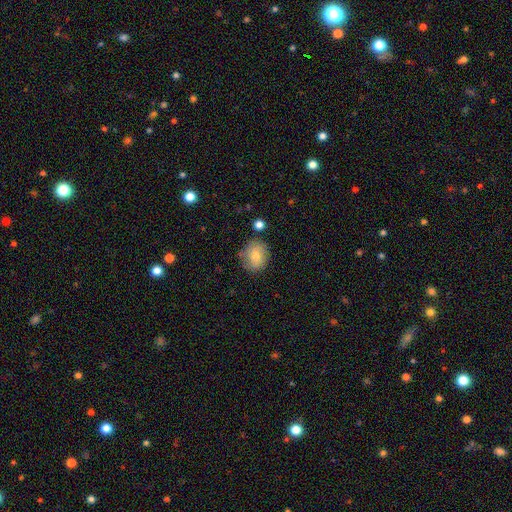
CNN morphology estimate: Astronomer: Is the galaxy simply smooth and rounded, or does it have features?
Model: smooth — 72%.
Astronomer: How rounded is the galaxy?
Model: round — 66%.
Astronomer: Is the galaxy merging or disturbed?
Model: none — 75%.